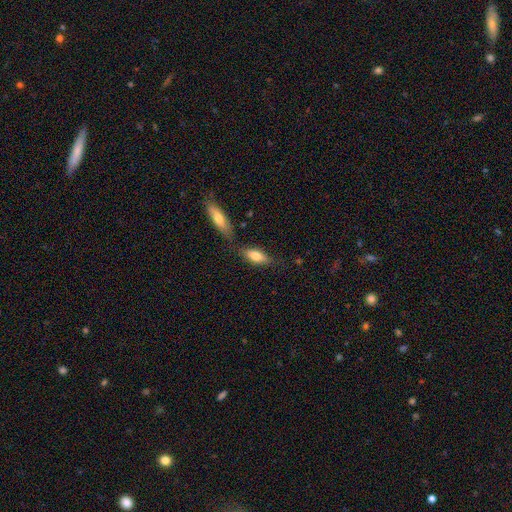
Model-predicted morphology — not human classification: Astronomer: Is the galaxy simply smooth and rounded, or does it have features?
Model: smooth — 70%.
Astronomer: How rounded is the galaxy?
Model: in between — 68%.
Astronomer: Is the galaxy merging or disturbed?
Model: none — 67%.